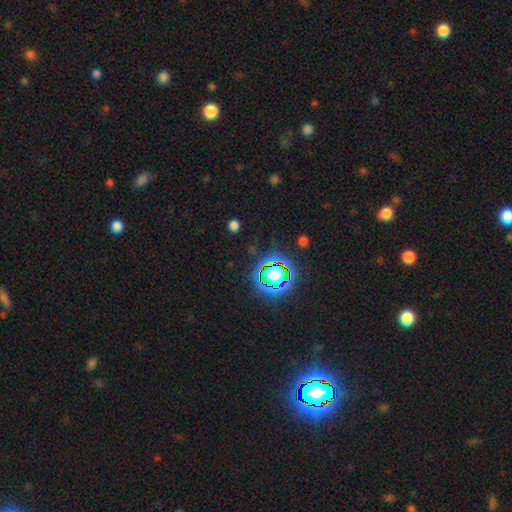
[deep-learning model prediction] smooth-or-featured: star or artifact: 79% | smooth: 13% | featured or disk: 8%